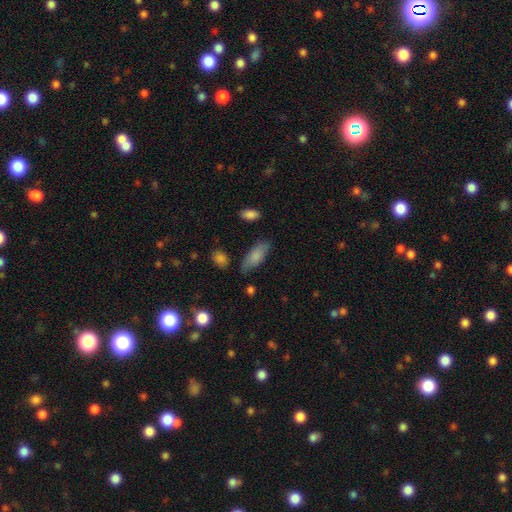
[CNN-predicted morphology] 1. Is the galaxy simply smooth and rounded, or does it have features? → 81% smooth, 12% featured or disk, 7% star or artifact.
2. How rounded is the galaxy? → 77% in between, 21% cigar-shaped, 2% round.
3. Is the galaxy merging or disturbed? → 72% none, 20% minor disturbance, 5% major disturbance, 3% merger.